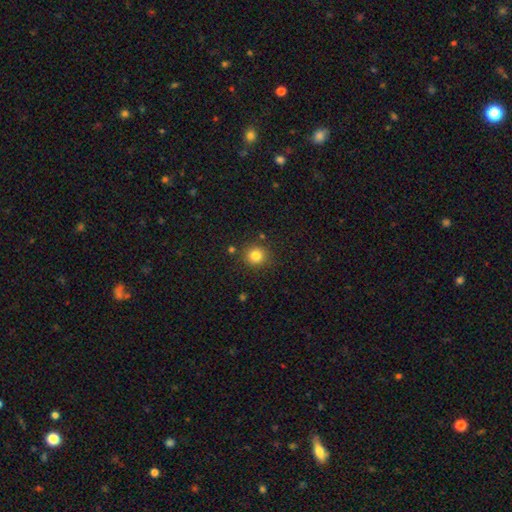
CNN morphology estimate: smooth 82%, star or artifact 12%, featured or disk 6%. Down the decision tree: how rounded — round (91%); merging — none (86%).